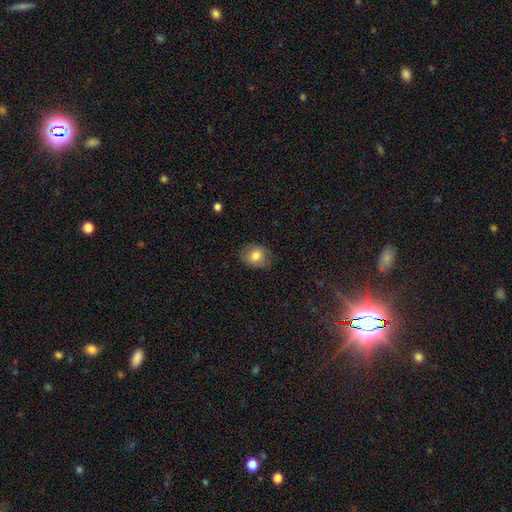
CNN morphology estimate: This is likely a smooth galaxy (80%). How rounded: possibly round (53%). Merging: likely none (78%).